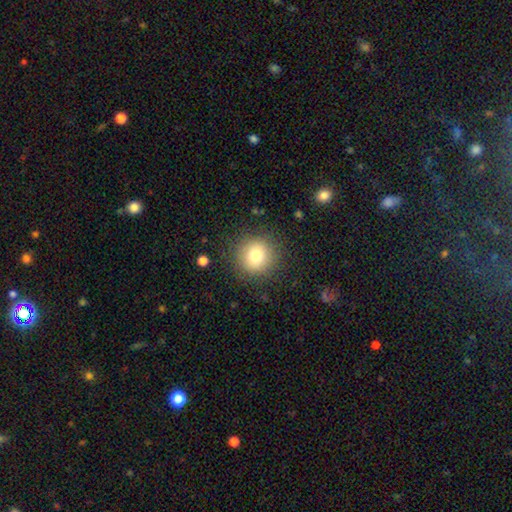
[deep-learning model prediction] Smooth or featured: smooth — 78% (star or artifact — 11%)
How rounded: round — 92% (in between — 7%)
Merging: none — 87% (minor disturbance — 8%)